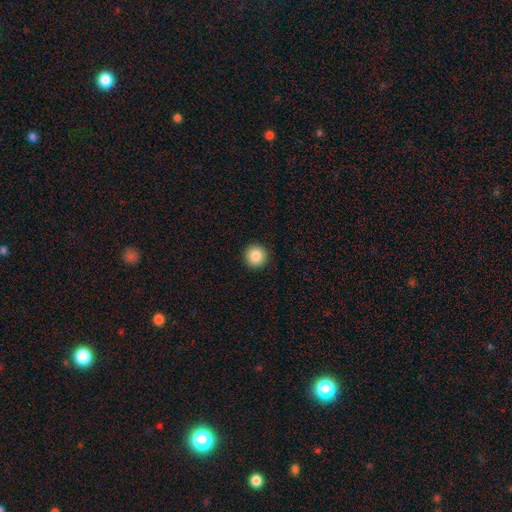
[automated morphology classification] A smooth galaxy with no disk features (86%) that is round (95%). Merging: none (93%).